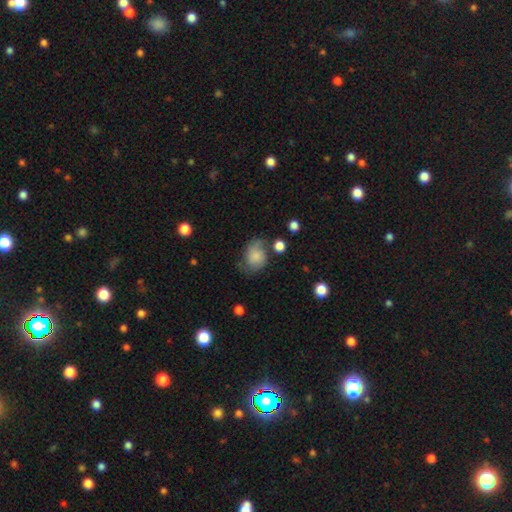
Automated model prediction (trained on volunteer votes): This is possibly a smooth galaxy (52%). How rounded: possibly in between (51%). Merging: possibly none (53%).